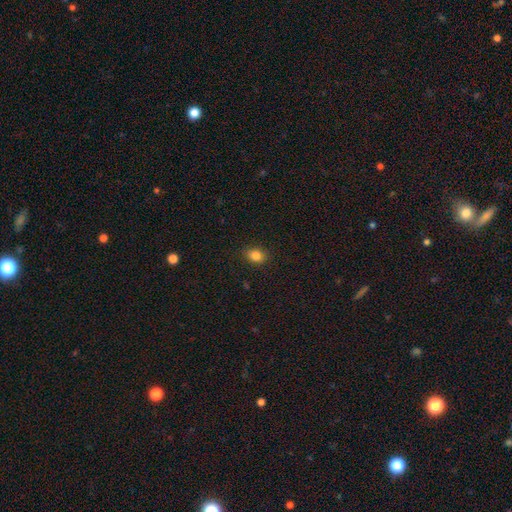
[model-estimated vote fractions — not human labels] The model was most divided on "how rounded": in between: 59%, round: 40%, cigar-shaped: 1%. More confident: merging — none (87%); smooth or featured — smooth (84%).